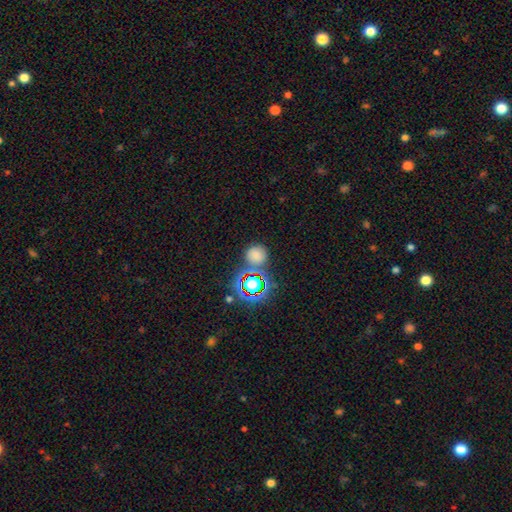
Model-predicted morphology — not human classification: Q: Smooth or featured?
A: smooth (67%); runner-up: star or artifact (26%)
Q: How rounded?
A: round (89%); runner-up: in between (10%)
Q: Merging?
A: none (73%); runner-up: minor disturbance (12%)